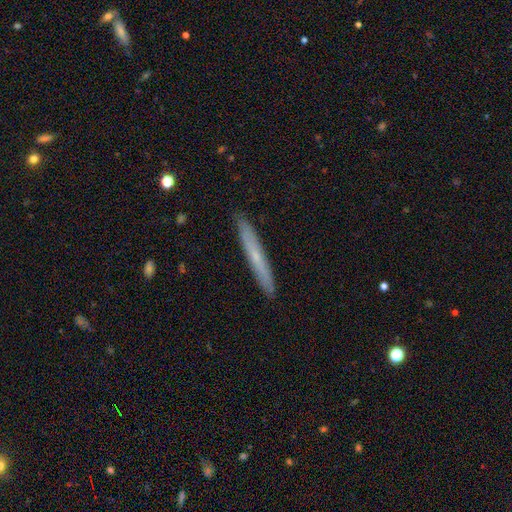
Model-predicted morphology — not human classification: The model was most divided on "smooth or featured": smooth: 48%, featured or disk: 45%, star or artifact: 7%. More confident: merging — none (91%).